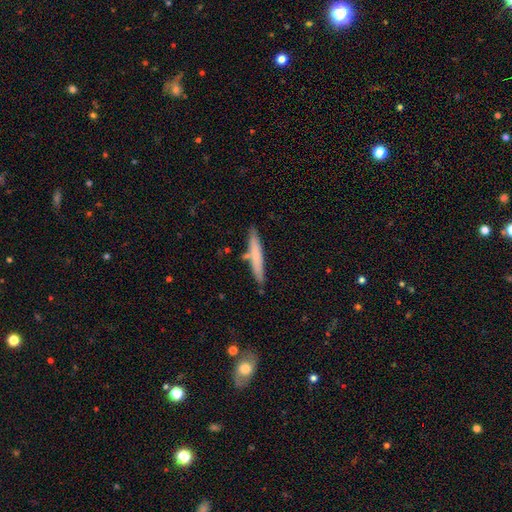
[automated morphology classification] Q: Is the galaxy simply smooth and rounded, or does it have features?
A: smooth — 69%.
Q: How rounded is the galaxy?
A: cigar-shaped — 94%.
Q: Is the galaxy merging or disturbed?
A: none — 81%.